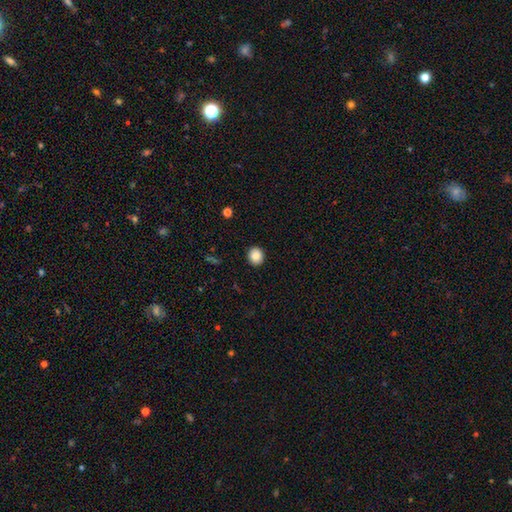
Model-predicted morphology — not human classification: Q: Smooth or featured?
A: smooth (86%); runner-up: star or artifact (9%)
Q: How rounded?
A: round (78%); runner-up: in between (21%)
Q: Merging?
A: none (92%); runner-up: minor disturbance (6%)